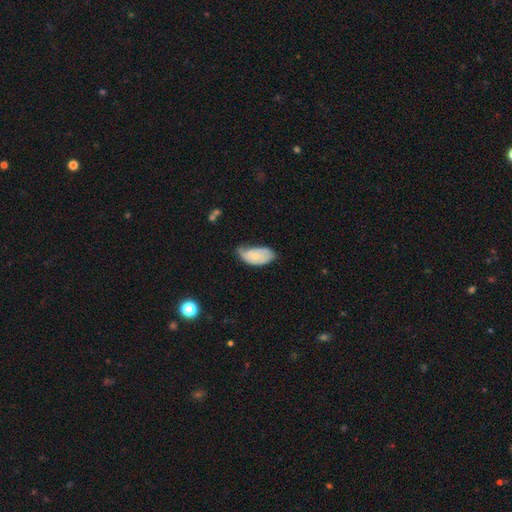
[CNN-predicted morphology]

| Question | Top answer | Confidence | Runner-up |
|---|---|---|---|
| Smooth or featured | smooth | 48% | featured or disk (46%) |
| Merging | minor disturbance | 44% | none (36%) |